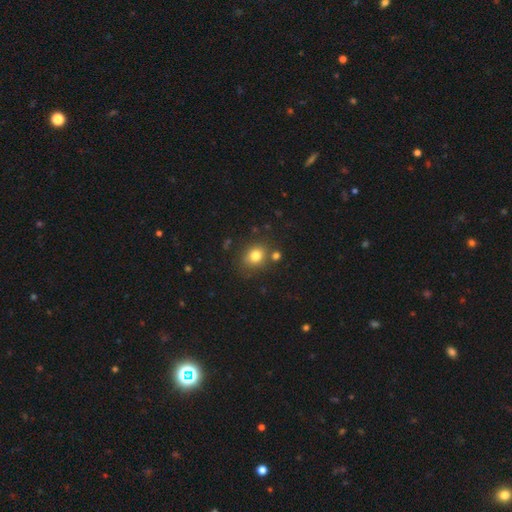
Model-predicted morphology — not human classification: Smooth or featured? smooth (79%)
How rounded? round (63%)
Merging? none (73%)